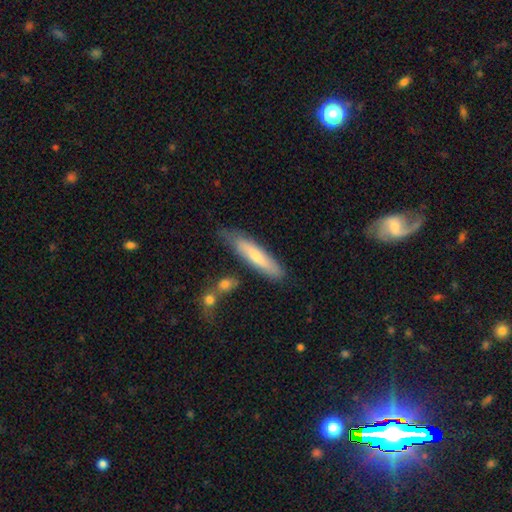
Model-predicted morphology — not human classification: Smooth or featured? Predicted: smooth (p=0.66). How rounded? Predicted: cigar-shaped (p=0.83). Merging? Predicted: none (p=0.70).